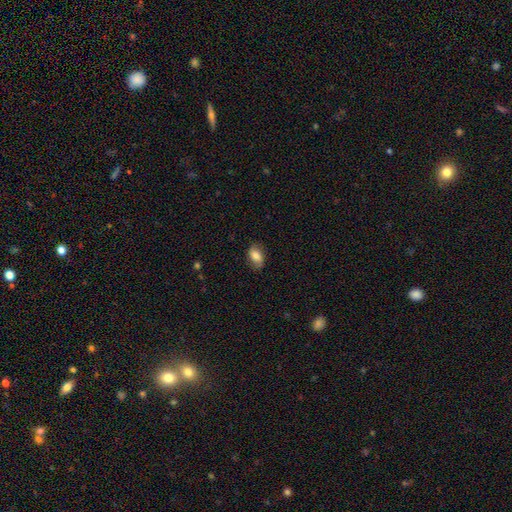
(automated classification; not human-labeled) Morphology: type=smooth (78%); roundness=in between (87%); merging=none (78%).